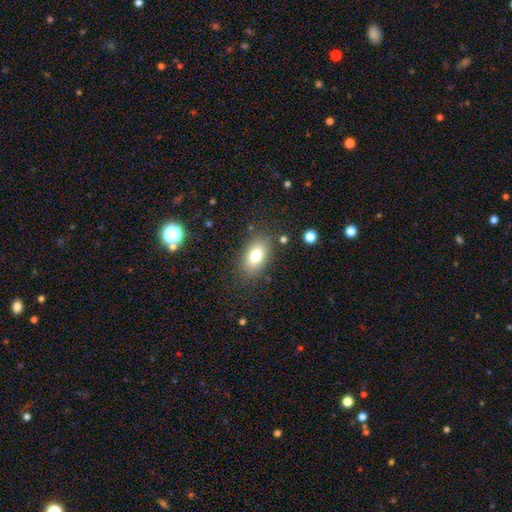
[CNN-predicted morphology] This appears to be a smooth galaxy with no disk features (78%) that is in between round and cigar-shaped (88%). Merging: none (82%).